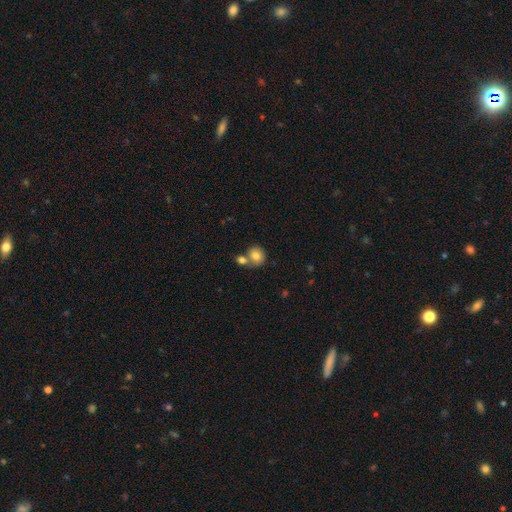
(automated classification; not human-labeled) The model was most divided on "merging": none: 51%, merger: 36%, minor disturbance: 10%, major disturbance: 3%. More confident: smooth or featured — smooth (80%); how rounded — round (80%).